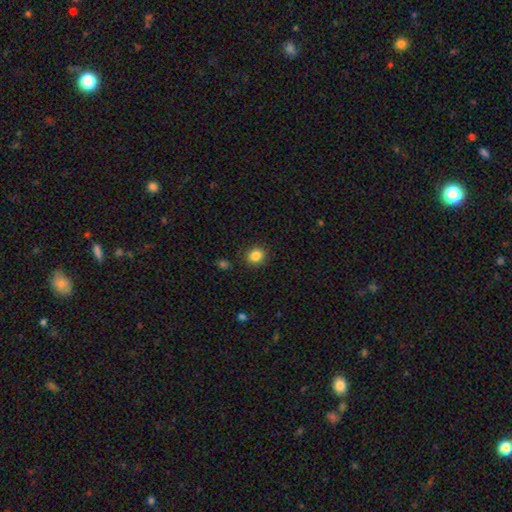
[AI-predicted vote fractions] Smooth or featured? smooth (85%)
How rounded? round (76%)
Merging? none (88%)